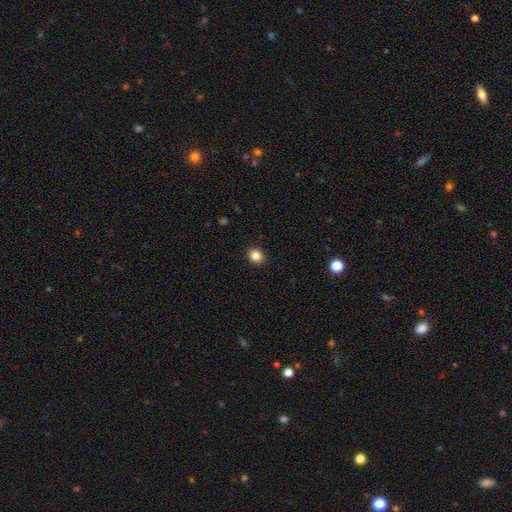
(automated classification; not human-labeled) A smooth galaxy with no disk features (86%) that is round (78%). Merging: none (92%).